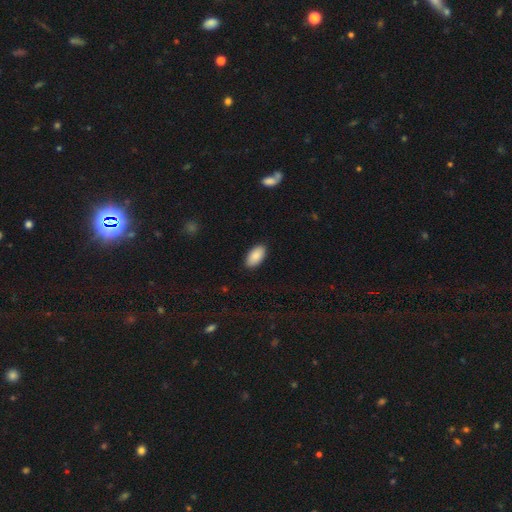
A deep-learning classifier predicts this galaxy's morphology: Q: Smooth or featured?
A: smooth (89%); runner-up: star or artifact (6%)
Q: How rounded?
A: in between (95%); runner-up: cigar-shaped (3%)
Q: Merging?
A: none (89%); runner-up: minor disturbance (8%)